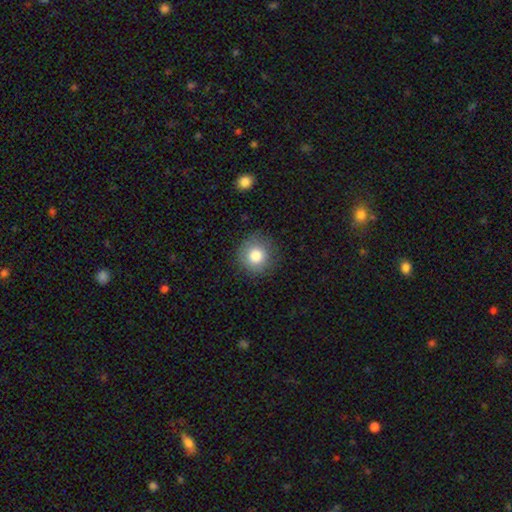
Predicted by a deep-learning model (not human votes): This appears to be a smooth galaxy with no disk features (81%) that is round (92%). Merging: none (83%).